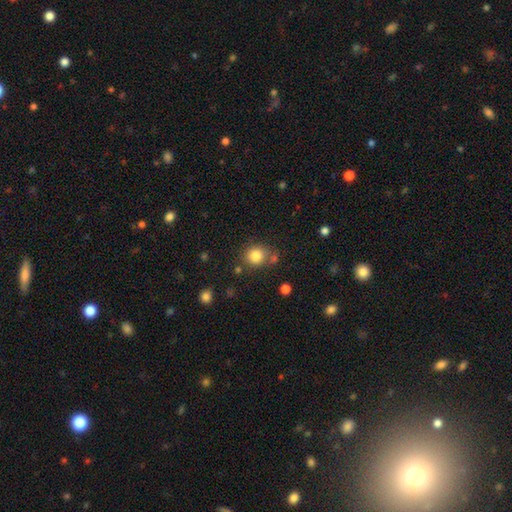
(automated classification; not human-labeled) A smooth galaxy with no disk features (82%) that is round (80%).

Vote fractions:
- Smooth or featured? smooth: 82% / star or artifact: 11% / featured or disk: 7%
- How rounded? round: 80% / in between: 19% / cigar-shaped: 1%
- Merging? none: 73% / minor disturbance: 12% / merger: 11% / major disturbance: 4%